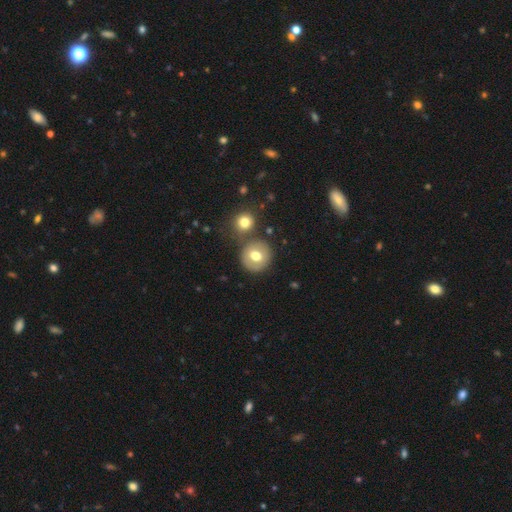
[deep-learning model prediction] The model was most divided on "smooth or featured": smooth: 68%, featured or disk: 23%, star or artifact: 9%. More confident: how rounded — round (91%); merging — none (73%).